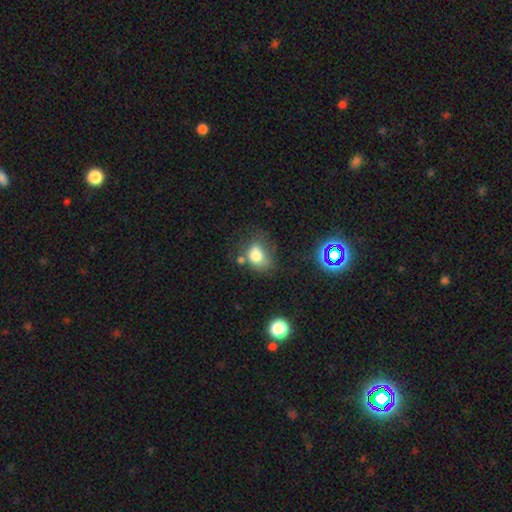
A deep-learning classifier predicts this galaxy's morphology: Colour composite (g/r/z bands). It shows a smooth galaxy with no disk features (73%) that is in between round and cigar-shaped (58%). Merging: none (41%).